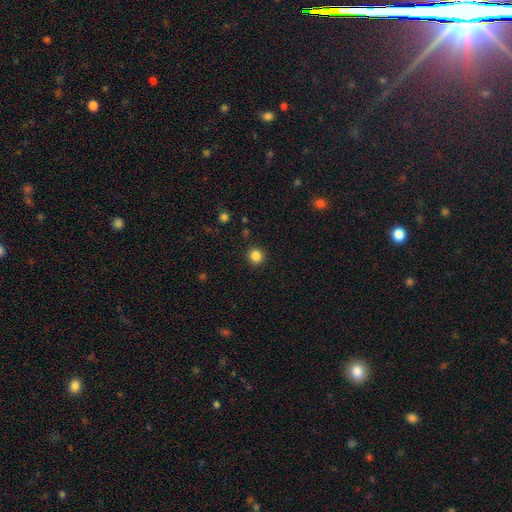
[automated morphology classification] A smooth galaxy with no disk features (85%) that is round (94%). Merging: none (92%).